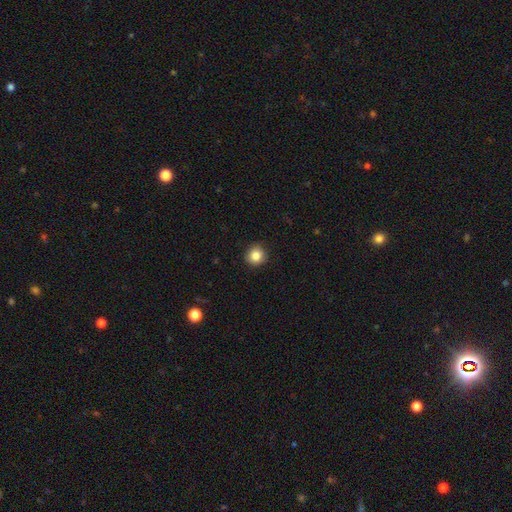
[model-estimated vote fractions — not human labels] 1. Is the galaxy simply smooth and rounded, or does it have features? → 85% smooth, 10% star or artifact, 5% featured or disk.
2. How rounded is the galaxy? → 93% round, 7% in between, 1% cigar-shaped.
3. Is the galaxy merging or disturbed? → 90% none, 7% minor disturbance, 2% major disturbance, 1% merger.